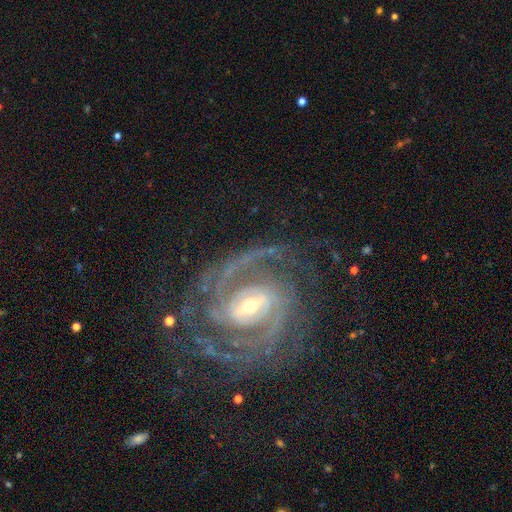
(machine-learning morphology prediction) featured or disk 91%, star or artifact 6%, smooth 3%. Down the decision tree: edge-on disk — no (97%); bar — strong (41%); spiral arms — yes (98%); spiral arm count — 2 (57%); spiral winding — tight (59%); bulge size — small (56%); merging — none (74%).